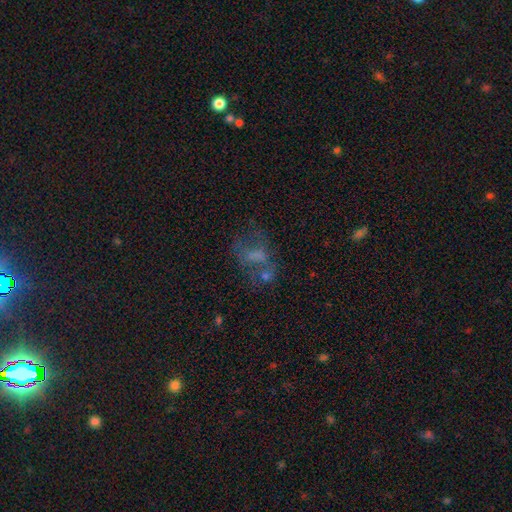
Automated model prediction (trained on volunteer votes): This appears to be a featured or disk galaxy (41%). Merging: none (37%).